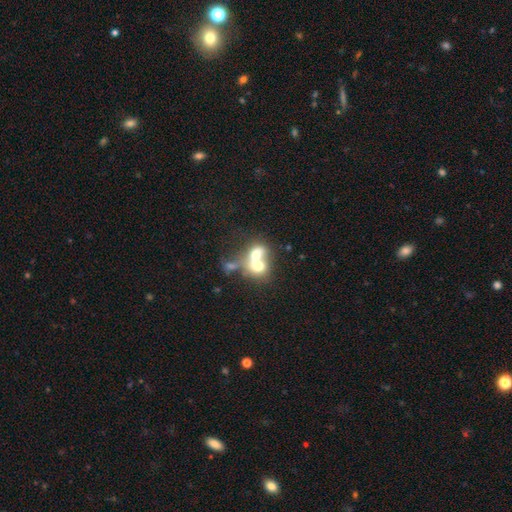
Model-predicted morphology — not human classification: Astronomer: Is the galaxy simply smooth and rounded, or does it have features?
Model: smooth — 63%.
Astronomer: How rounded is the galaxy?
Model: round — 53% (runner-up: in between, 45%).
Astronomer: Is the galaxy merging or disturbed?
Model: merger — 74%.